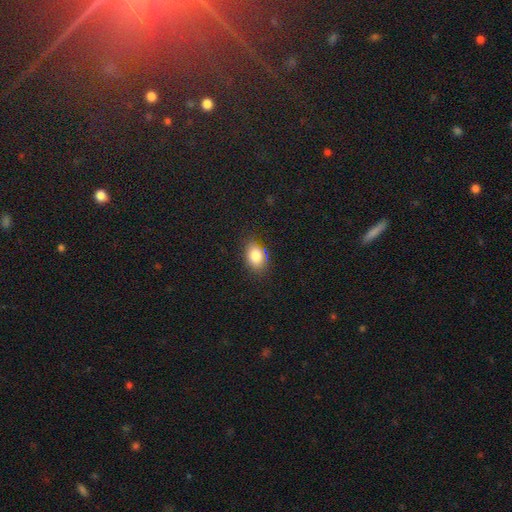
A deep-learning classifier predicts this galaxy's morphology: A smooth galaxy with no disk features (82%) that is in between round and cigar-shaped (79%). Merging: none (81%).